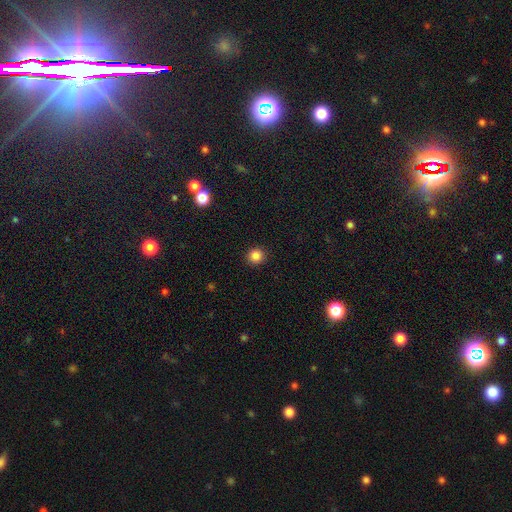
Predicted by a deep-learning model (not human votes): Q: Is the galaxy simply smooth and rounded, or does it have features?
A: smooth — 85%.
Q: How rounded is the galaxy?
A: round — 94%.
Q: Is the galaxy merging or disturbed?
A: none — 92%.